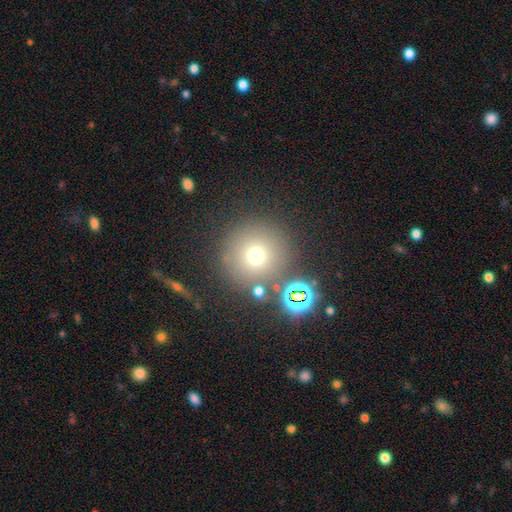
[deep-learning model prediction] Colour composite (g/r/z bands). It shows a smooth galaxy with no disk features (68%) that is round (95%). Merging: none (80%).